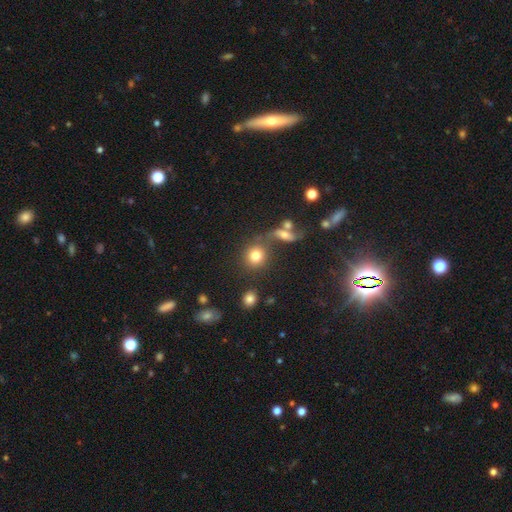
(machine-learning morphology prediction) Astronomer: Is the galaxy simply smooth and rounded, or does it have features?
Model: smooth — 78%.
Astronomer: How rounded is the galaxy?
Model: round — 86%.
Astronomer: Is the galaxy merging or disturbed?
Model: none — 63%.